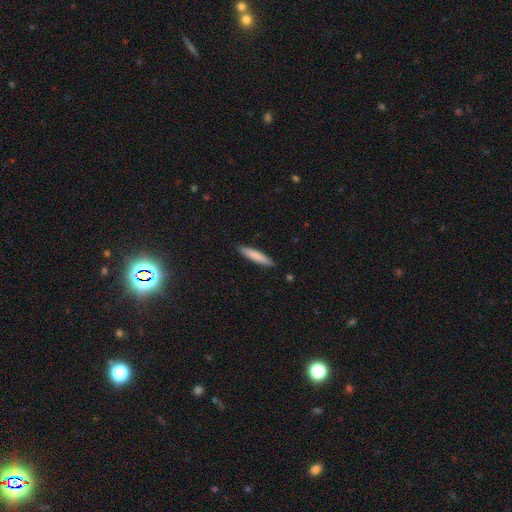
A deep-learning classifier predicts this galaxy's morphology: smooth-or-featured: smooth: 82% | featured or disk: 13% | star or artifact: 5%
  how-rounded: cigar-shaped: 89% | in between: 10% | round: 1%
  merging: none: 90% | minor disturbance: 7% | major disturbance: 1% | merger: 1%